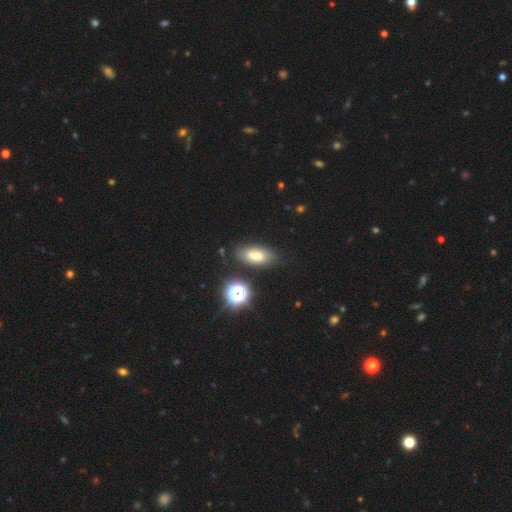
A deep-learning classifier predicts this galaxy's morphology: type=smooth (73%); roundness=in between (84%); merging=none (81%).